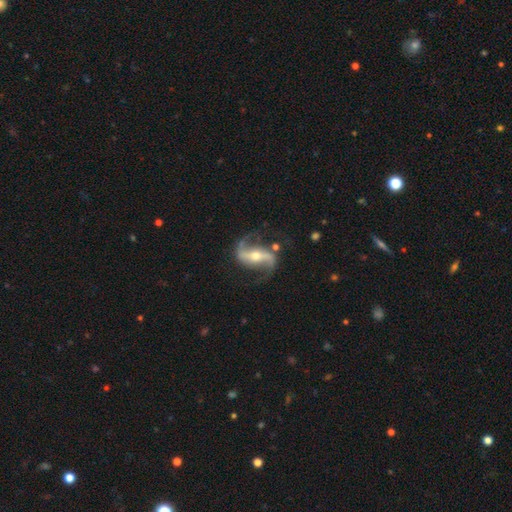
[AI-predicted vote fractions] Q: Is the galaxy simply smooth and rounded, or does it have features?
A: featured or disk — 90%.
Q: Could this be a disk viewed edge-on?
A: no — 95%.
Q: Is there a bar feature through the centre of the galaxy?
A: strong — 60%.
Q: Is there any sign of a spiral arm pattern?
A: yes — 97%.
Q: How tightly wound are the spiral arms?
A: loose — 59%.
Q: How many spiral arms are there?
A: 2 — 93%.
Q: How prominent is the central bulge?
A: moderate — 55%.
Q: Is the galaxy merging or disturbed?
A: none — 77%.